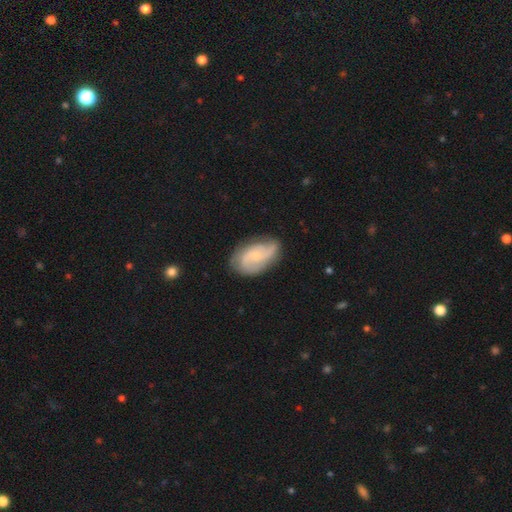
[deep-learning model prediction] A featured or disk galaxy (69%) with no bar (63%), 2 (61%) medium (44%) spiral arms (93%) and a small central bulge (68%). Merging: none (70%).